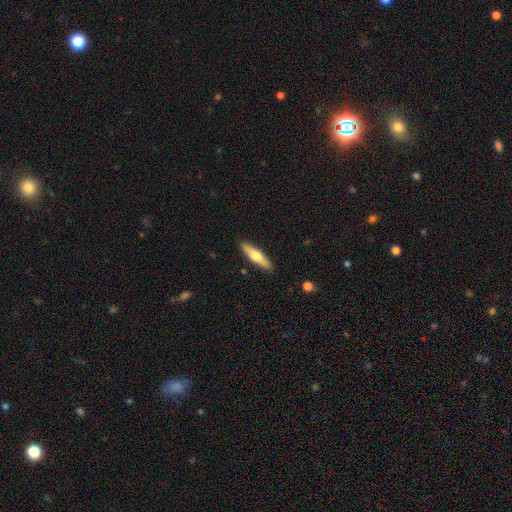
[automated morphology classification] smooth 49%, featured or disk 45%, star or artifact 5%. Down the decision tree: merging — none (90%).